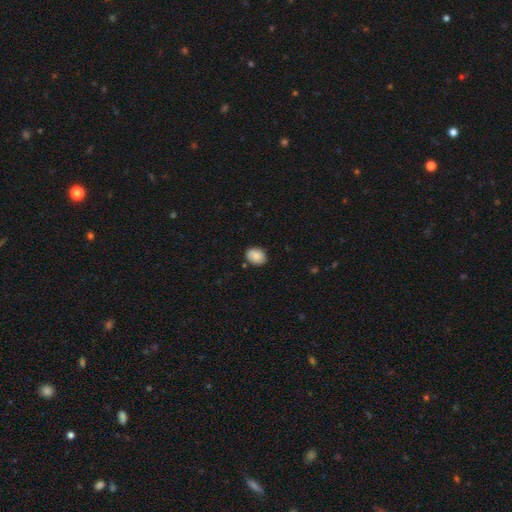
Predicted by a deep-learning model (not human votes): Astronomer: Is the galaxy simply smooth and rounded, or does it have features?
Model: smooth — 87%.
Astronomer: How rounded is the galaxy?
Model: in between — 68%.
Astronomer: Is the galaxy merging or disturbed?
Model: none — 82%.